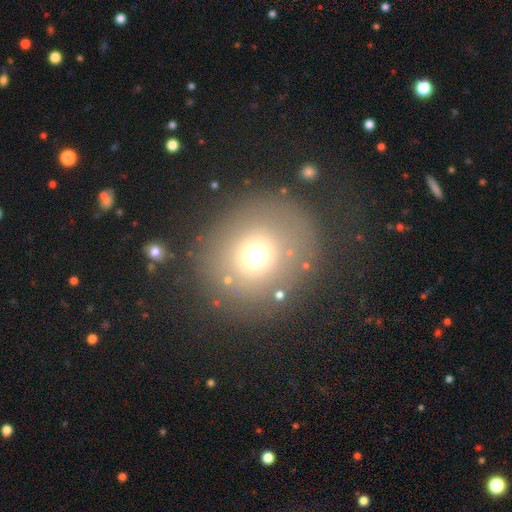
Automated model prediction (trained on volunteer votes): Q: Smooth or featured?
A: smooth (66%); runner-up: star or artifact (21%)
Q: How rounded?
A: round (88%); runner-up: in between (11%)
Q: Merging?
A: none (82%); runner-up: minor disturbance (9%)